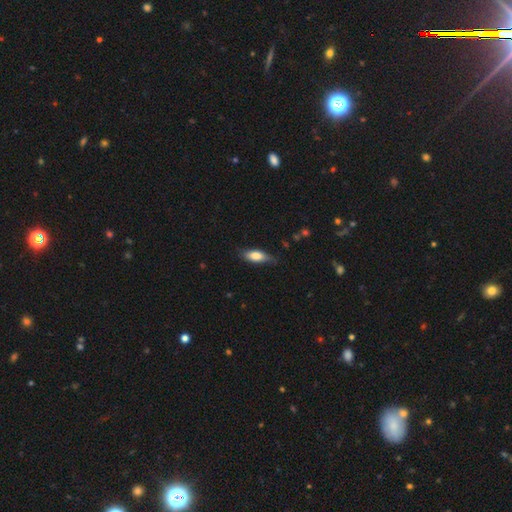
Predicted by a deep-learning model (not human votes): Smooth or featured: smooth — 75% (featured or disk — 19%)
How rounded: in between — 74% (cigar-shaped — 23%)
Merging: none — 68% (minor disturbance — 26%)